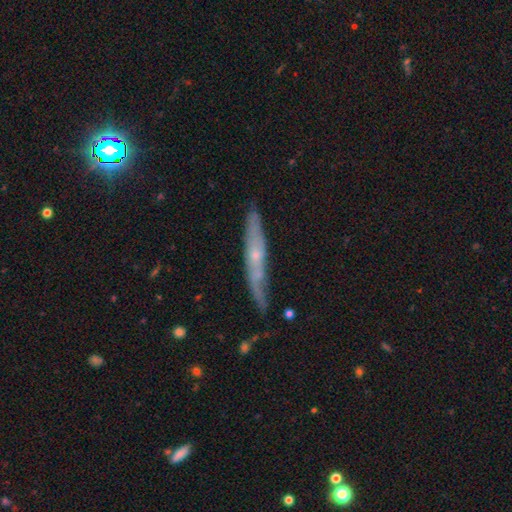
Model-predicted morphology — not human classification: Smooth or featured?
  - featured or disk: 63% *
  - smooth: 30%
  - star or artifact: 8%
Edge-on disk?
  - yes: 74% *
  - no: 26%
Merging?
  - none: 69% *
  - minor disturbance: 23%
  - major disturbance: 5%
  - merger: 3%